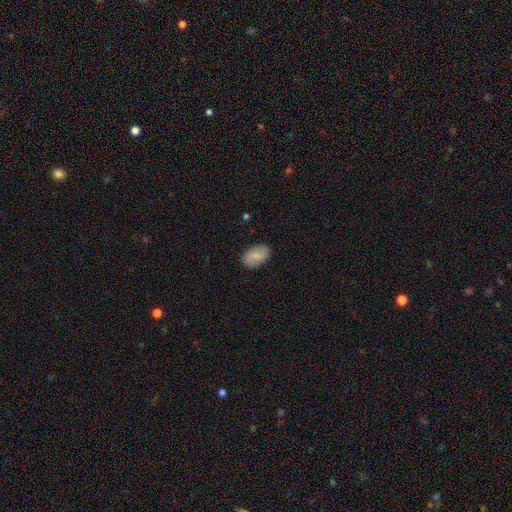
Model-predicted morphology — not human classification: This is likely a smooth galaxy (70%). How rounded: clearly in between (90%). Merging: clearly none (86%).